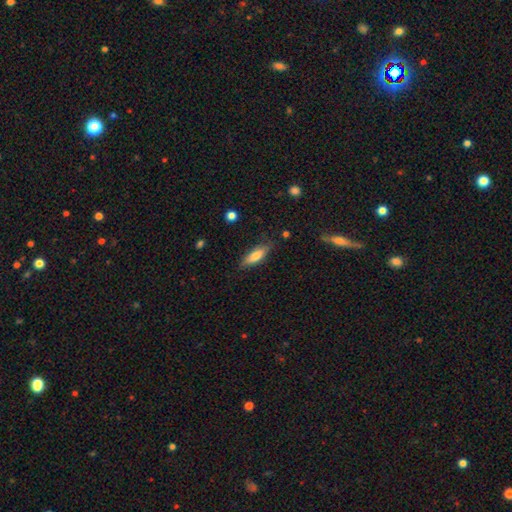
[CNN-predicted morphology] This appears to be a smooth galaxy with no disk features (71%) that is cigar-shaped (50%). Merging: none (80%).